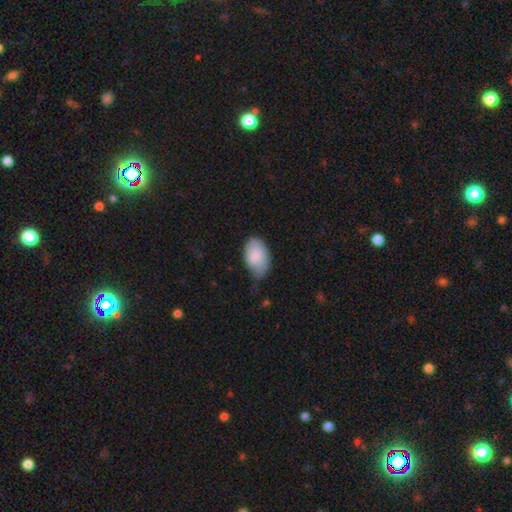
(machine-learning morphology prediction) A smooth galaxy with no disk features (84%) that is in between round and cigar-shaped (94%).

Vote fractions:
- Smooth or featured? smooth: 84% / featured or disk: 11% / star or artifact: 6%
- How rounded? in between: 94% / round: 5% / cigar-shaped: 1%
- Merging? none: 50% / minor disturbance: 40% / major disturbance: 8% / merger: 2%